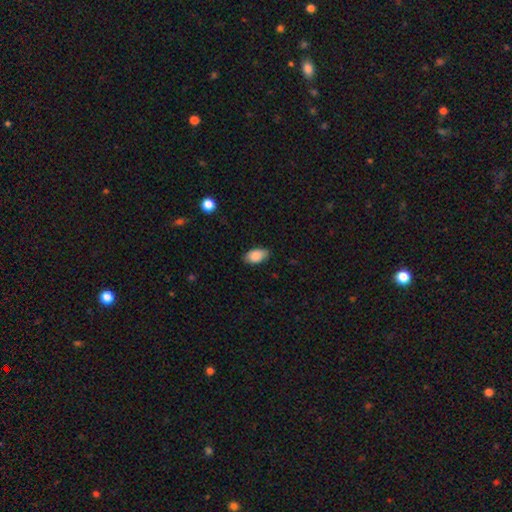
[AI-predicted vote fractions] smooth 88%, star or artifact 7%, featured or disk 5%. Down the decision tree: how rounded — in between (93%); merging — none (82%).